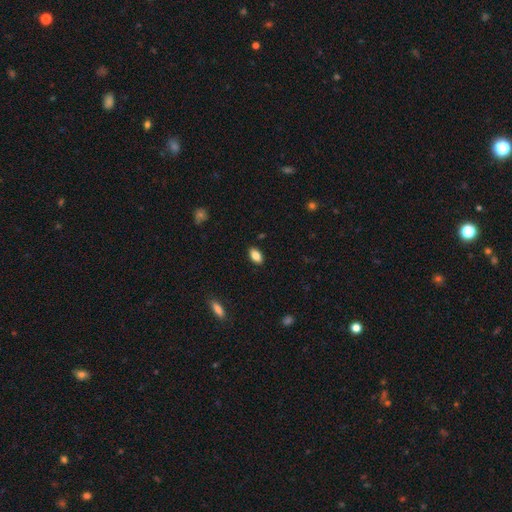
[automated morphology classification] This appears to be a smooth galaxy with no disk features (85%) that is in between round and cigar-shaped (91%). Merging: none (88%).